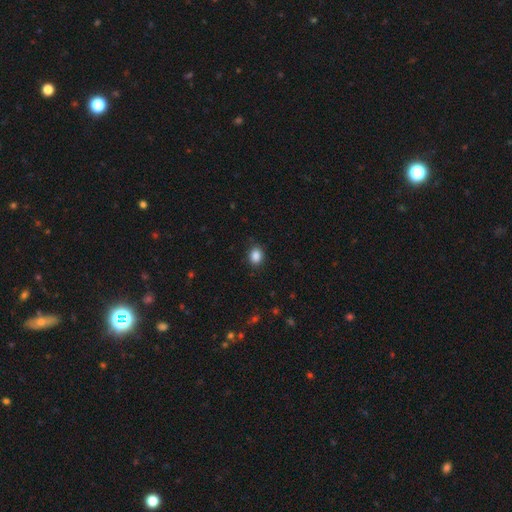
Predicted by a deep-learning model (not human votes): smooth_or_featured: smooth (p=0.87) [alt: star or artifact p=0.09]
how_rounded: in between (p=0.56) [alt: round p=0.43]
merging: none (p=0.83) [alt: minor disturbance p=0.13]